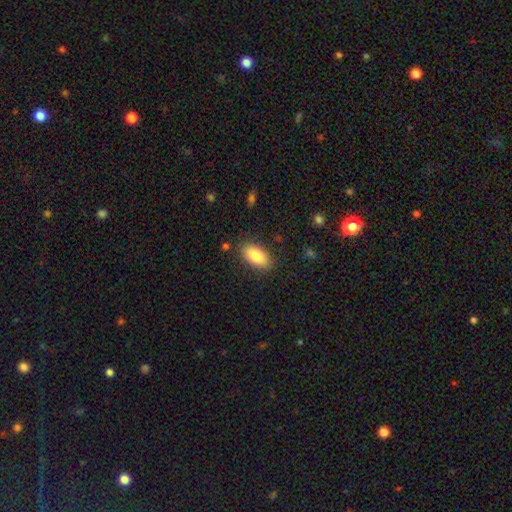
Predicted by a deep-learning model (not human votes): Overall: smooth (85%). How rounded: in between (91%). Merging: none (84%).